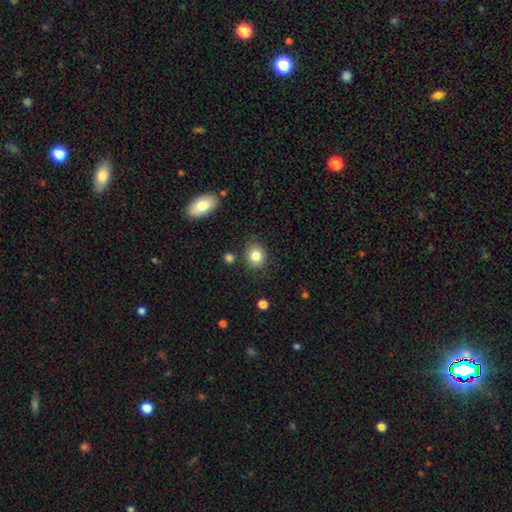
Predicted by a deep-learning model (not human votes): Smooth or featured: smooth — 83% (star or artifact — 10%)
How rounded: round — 71% (in between — 28%)
Merging: none — 84% (minor disturbance — 10%)